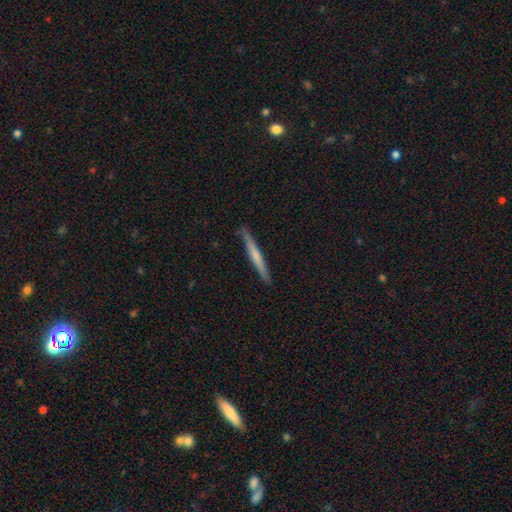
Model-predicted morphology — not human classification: Smooth or featured: smooth — 51% (featured or disk — 44%)
How rounded: cigar-shaped — 96% (in between — 2%)
Merging: none — 88% (minor disturbance — 9%)